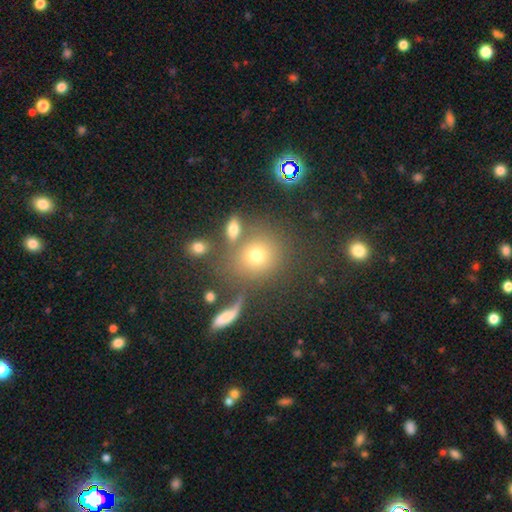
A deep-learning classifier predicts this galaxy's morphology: smooth 66%, star or artifact 18%, featured or disk 15%. Down the decision tree: how rounded — round (80%); merging — none (67%).